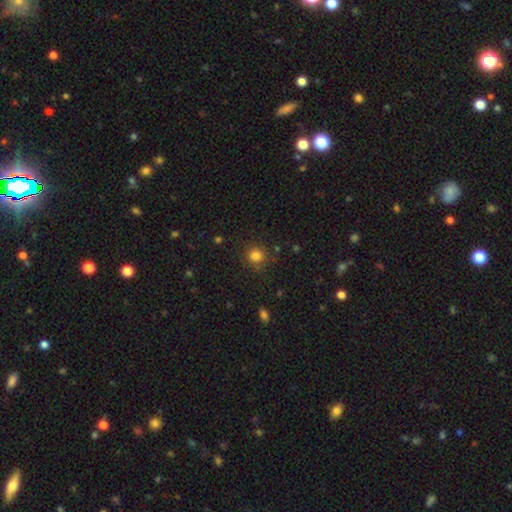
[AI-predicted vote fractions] A smooth galaxy with no disk features (82%) that is round (88%). Merging: none (82%).